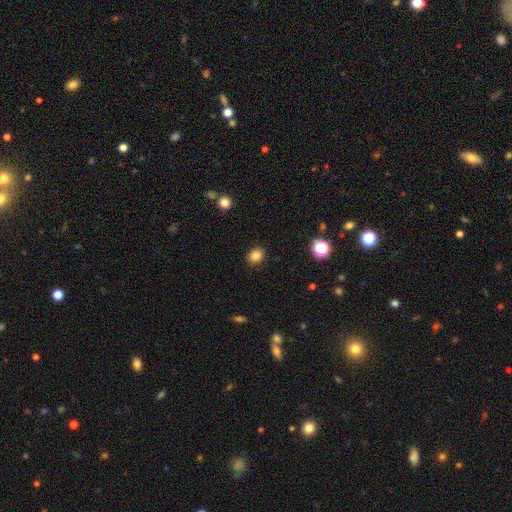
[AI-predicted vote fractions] Overall: smooth (84%). How rounded: round (59%; in between 40%). Merging: none (88%).